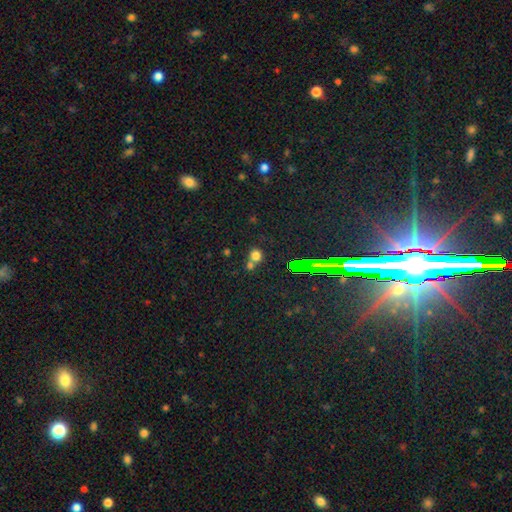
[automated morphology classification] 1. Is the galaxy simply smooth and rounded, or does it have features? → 71% smooth, 21% star or artifact, 9% featured or disk.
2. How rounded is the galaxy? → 82% round, 17% in between, 1% cigar-shaped.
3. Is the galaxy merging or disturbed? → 45% merger (tied), 45% none (tied), 7% minor disturbance, 3% major disturbance.